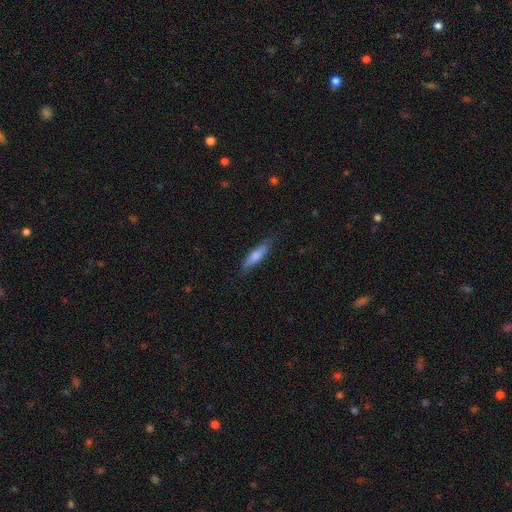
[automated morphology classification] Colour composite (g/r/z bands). It shows a smooth galaxy with no disk features (66%) that is cigar-shaped (75%). Merging: none (79%).